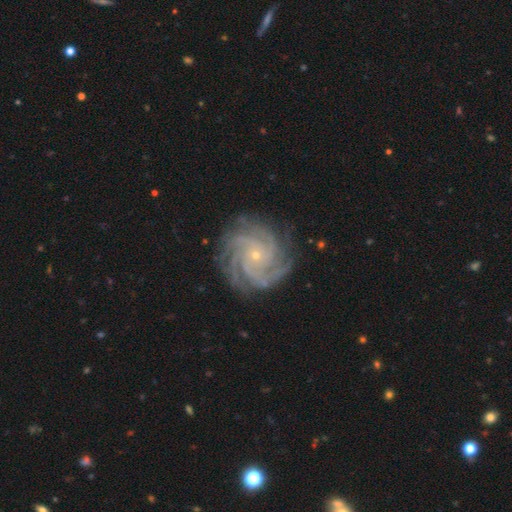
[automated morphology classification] The model was most divided on "spiral arm count": 4: 38%, more than 4: 23%, 3: 14%, can't tell: 11%, 2: 7%, 1: 7%. More confident: spiral arms — yes (98%); edge-on disk — no (98%); smooth or featured — featured or disk (90%); bulge size — small (85%); merging — none (82%); bar — no (78%); spiral winding — tight (72%).